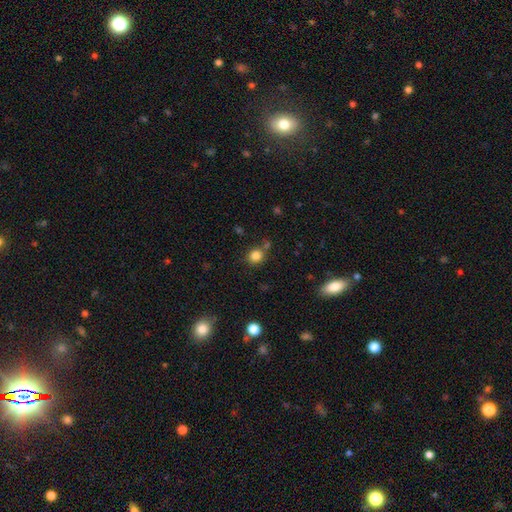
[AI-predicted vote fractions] smooth 83%, star or artifact 12%, featured or disk 5%. Down the decision tree: how rounded — round (78%); merging — none (74%).